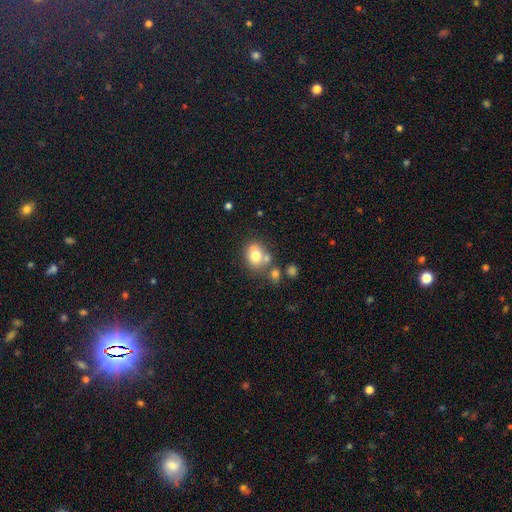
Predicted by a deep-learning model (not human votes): Q: Smooth or featured?
A: smooth (74%); runner-up: featured or disk (16%)
Q: How rounded?
A: round (52%); runner-up: in between (47%)
Q: Merging?
A: none (52%); runner-up: merger (26%)